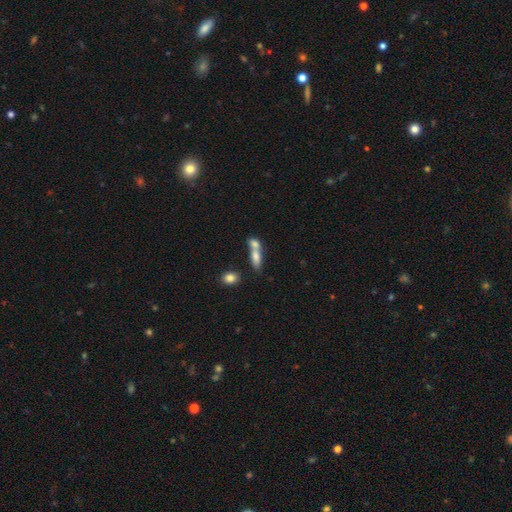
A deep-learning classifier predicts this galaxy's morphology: Q: Smooth or featured?
A: smooth (72%); runner-up: featured or disk (19%)
Q: How rounded?
A: in between (61%); runner-up: cigar-shaped (32%)
Q: Merging?
A: merger (60%); runner-up: none (27%)